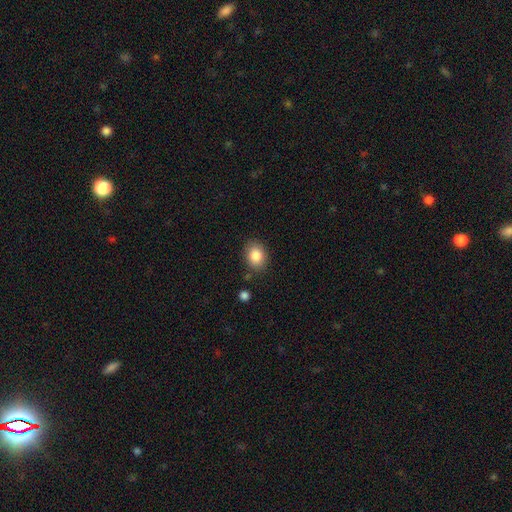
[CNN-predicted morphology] This is clearly a smooth galaxy (85%). How rounded: likely in between (61%). Merging: clearly none (83%).